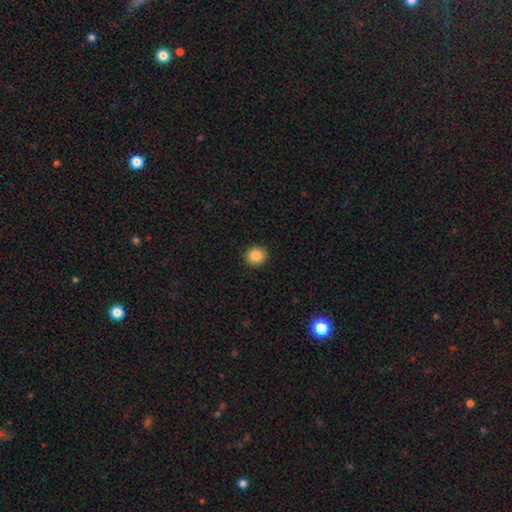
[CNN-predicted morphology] This is clearly a smooth galaxy (86%). How rounded: clearly round (90%). Merging: clearly none (92%).